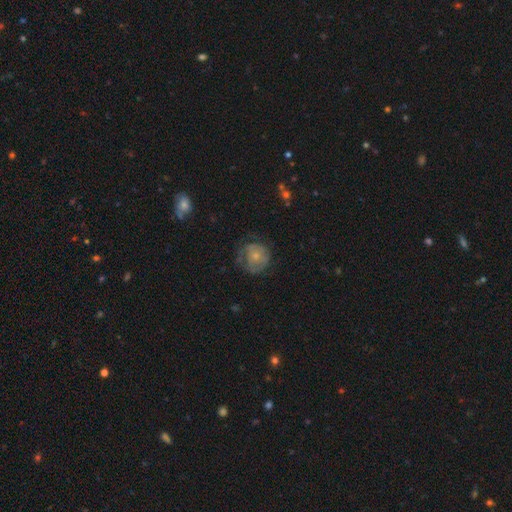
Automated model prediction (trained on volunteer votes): smooth_or_featured: smooth (p=0.53) [alt: featured or disk p=0.38]
how_rounded: round (p=0.85) [alt: in between p=0.14]
merging: none (p=0.54) [alt: minor disturbance p=0.26]